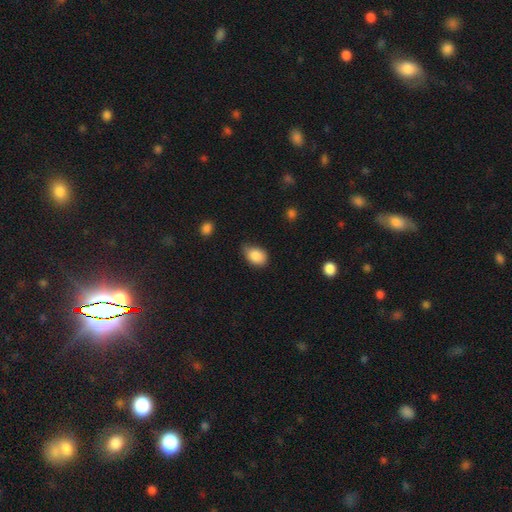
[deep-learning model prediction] Smooth or featured? smooth (86%)
How rounded? in between (79%)
Merging? none (55%)